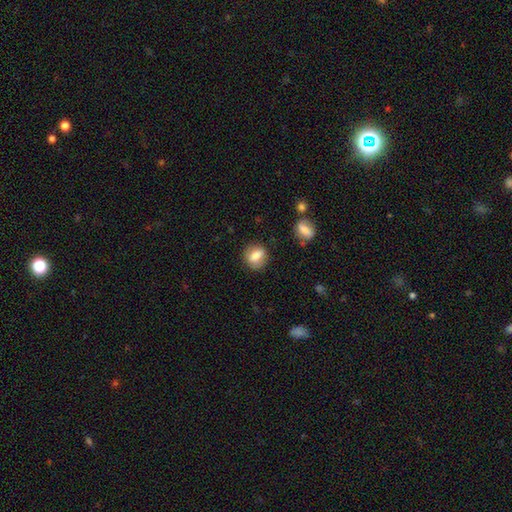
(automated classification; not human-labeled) Smooth or featured?
  - smooth: 77% *
  - featured or disk: 14%
  - star or artifact: 8%
How rounded?
  - in between: 50% *
  - round: 46%
  - cigar-shaped: 3%
Merging?
  - none: 77% *
  - minor disturbance: 16%
  - major disturbance: 5%
  - merger: 2%